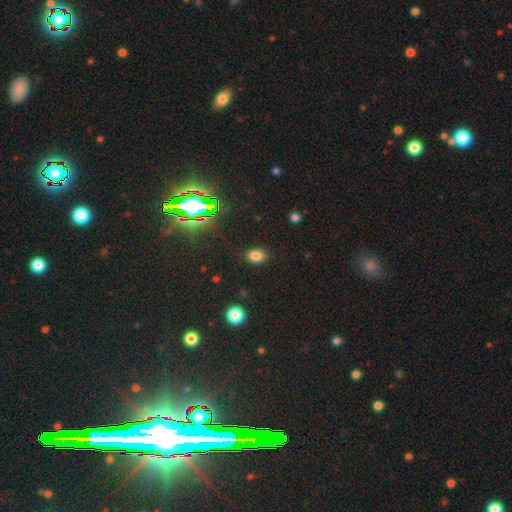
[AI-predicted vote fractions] Q: Smooth or featured?
A: smooth (78%); runner-up: star or artifact (16%)
Q: How rounded?
A: in between (81%); runner-up: round (18%)
Q: Merging?
A: none (85%); runner-up: minor disturbance (10%)